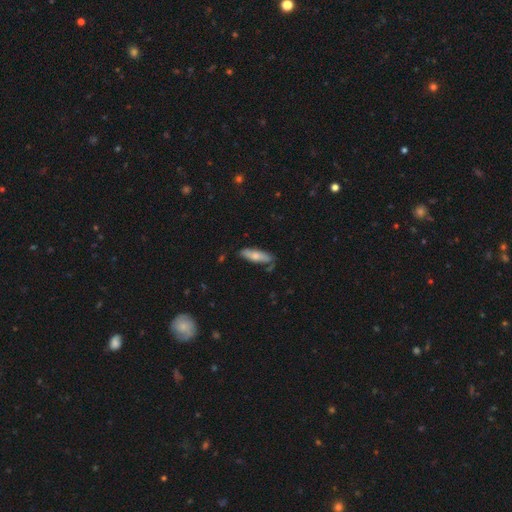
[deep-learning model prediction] Smooth or featured?
  - smooth: 66% *
  - featured or disk: 28%
  - star or artifact: 6%
How rounded?
  - cigar-shaped: 59% *
  - in between: 39%
  - round: 2%
Merging?
  - none: 75% *
  - minor disturbance: 18%
  - major disturbance: 3%
  - merger: 3%